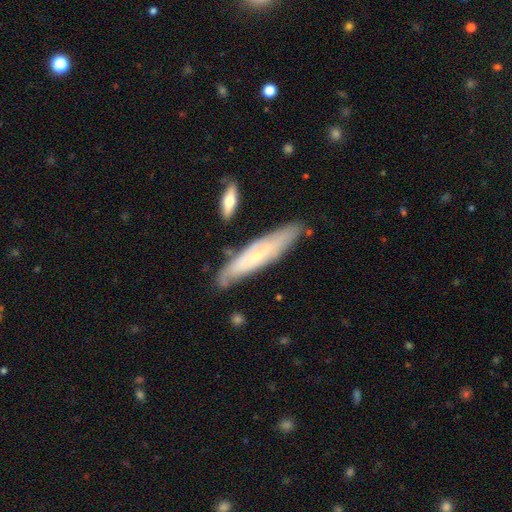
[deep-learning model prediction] This is possibly a featured or disk galaxy (57%). It is possibly viewed edge-on (50%, tied with no). Merging: likely none (75%).